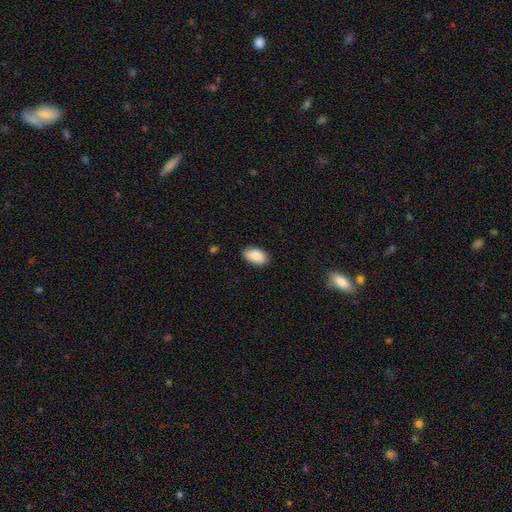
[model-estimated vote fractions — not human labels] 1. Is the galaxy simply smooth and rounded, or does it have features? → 88% smooth, 6% star or artifact, 6% featured or disk.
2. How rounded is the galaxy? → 94% in between, 4% round, 2% cigar-shaped.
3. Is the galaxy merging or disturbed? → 85% none, 12% minor disturbance, 2% major disturbance, 1% merger.